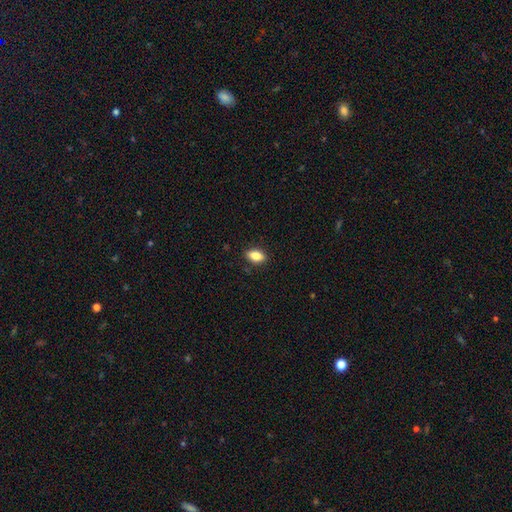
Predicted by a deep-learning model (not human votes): A smooth galaxy with no disk features (86%) that is in between round and cigar-shaped (88%).

Vote fractions:
- Smooth or featured? smooth: 86% / star or artifact: 8% / featured or disk: 6%
- How rounded? in between: 88% / round: 8% / cigar-shaped: 3%
- Merging? none: 88% / minor disturbance: 9% / major disturbance: 2% / merger: 1%